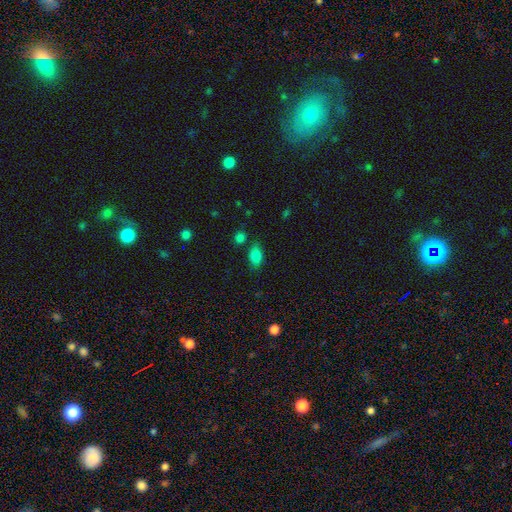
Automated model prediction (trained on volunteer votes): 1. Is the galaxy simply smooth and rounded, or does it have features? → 83% smooth, 11% star or artifact, 7% featured or disk.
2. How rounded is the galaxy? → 84% in between, 13% round, 2% cigar-shaped.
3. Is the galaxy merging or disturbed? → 75% none, 15% minor disturbance, 6% merger, 4% major disturbance.